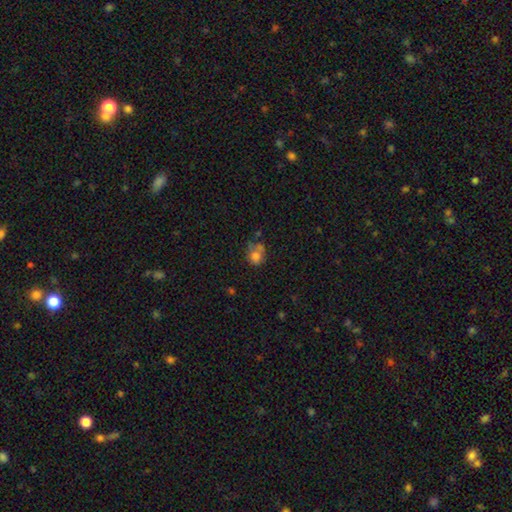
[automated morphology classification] This appears to be a smooth galaxy with no disk features (73%) that is round (61%). Merging: none (41%).